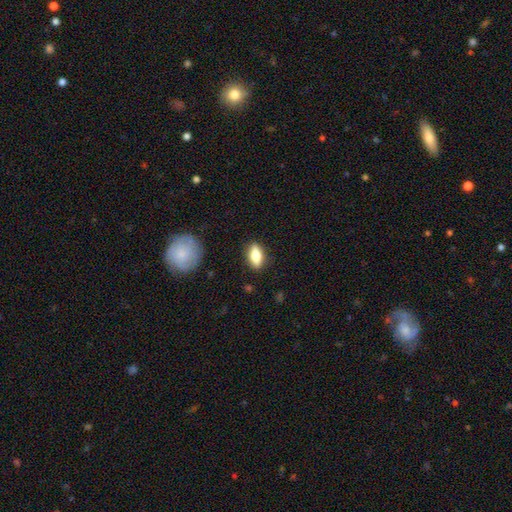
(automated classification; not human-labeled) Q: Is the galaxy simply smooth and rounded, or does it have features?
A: smooth — 67%.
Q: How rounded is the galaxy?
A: in between — 77%.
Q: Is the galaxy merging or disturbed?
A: none — 86%.